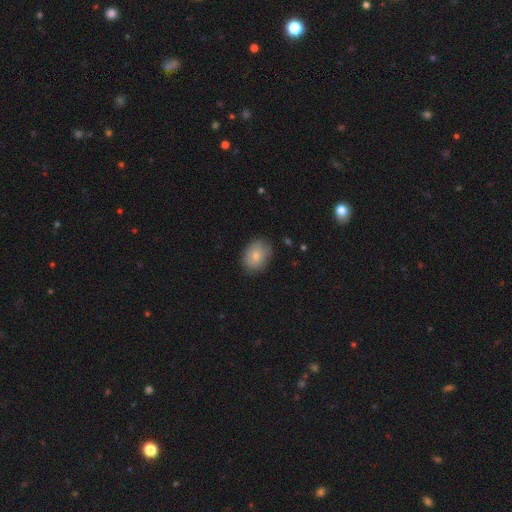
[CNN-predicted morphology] Overall: smooth (79%). How rounded: in between (69%; round 30%). Merging: none (82%).